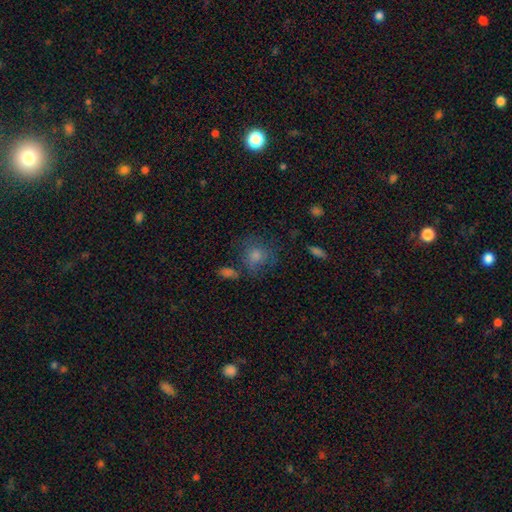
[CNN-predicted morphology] smooth_or_featured: smooth (p=0.55) [alt: star or artifact p=0.24]
how_rounded: round (p=0.81) [alt: in between p=0.17]
merging: none (p=0.66) [alt: minor disturbance p=0.17]